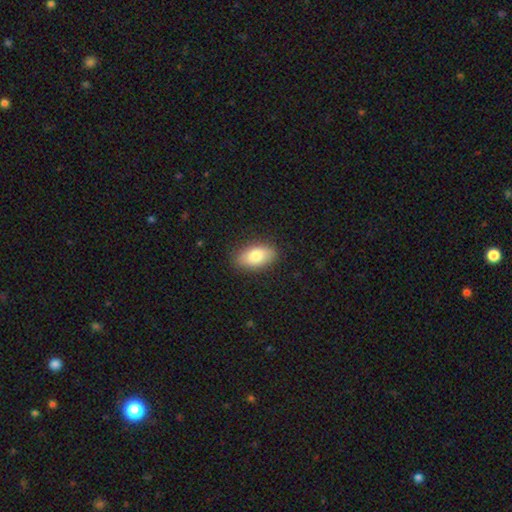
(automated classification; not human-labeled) A smooth galaxy with no disk features (82%) that is in between round and cigar-shaped (93%).

Vote fractions:
- Smooth or featured? smooth: 82% / featured or disk: 11% / star or artifact: 7%
- How rounded? in between: 93% / round: 5% / cigar-shaped: 3%
- Merging? none: 86% / minor disturbance: 11% / major disturbance: 2% / merger: 1%